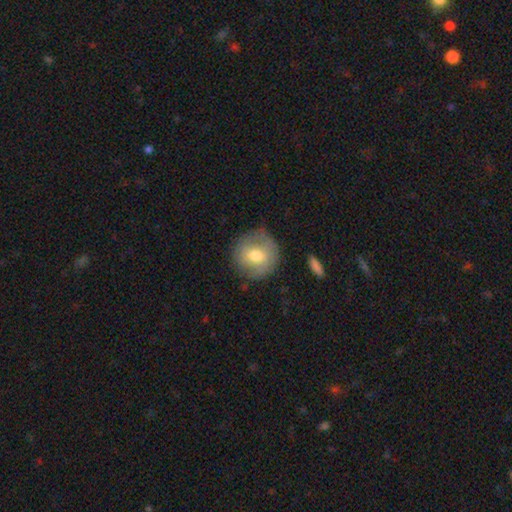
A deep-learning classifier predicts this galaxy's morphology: smooth 64%, featured or disk 28%, star or artifact 8%. Down the decision tree: how rounded — round (91%); merging — none (76%).